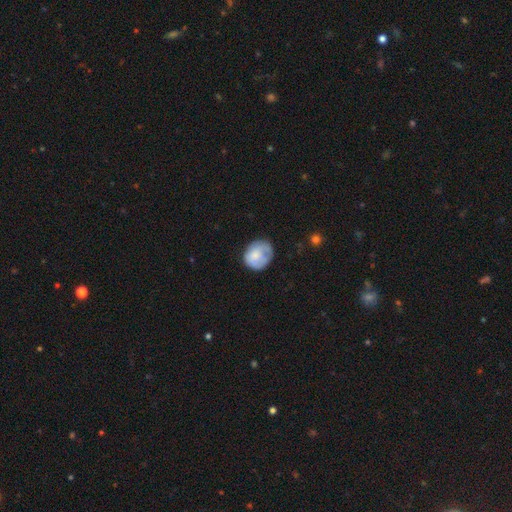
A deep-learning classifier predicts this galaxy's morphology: This is likely a smooth galaxy (73%). How rounded: likely round (66%). Merging: possibly none (55%).